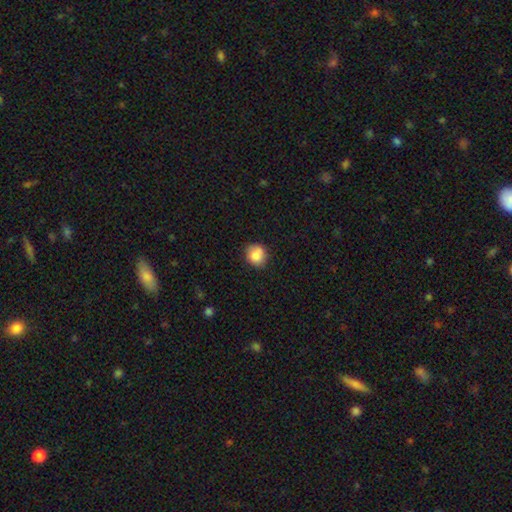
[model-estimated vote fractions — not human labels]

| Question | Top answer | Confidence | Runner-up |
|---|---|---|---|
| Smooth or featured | smooth | 84% | star or artifact (9%) |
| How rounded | round | 83% | in between (16%) |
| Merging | none | 81% | minor disturbance (15%) |